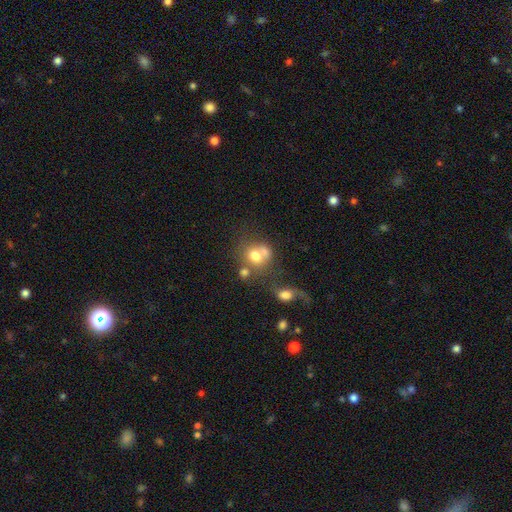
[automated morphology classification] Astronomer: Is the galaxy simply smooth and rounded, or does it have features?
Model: smooth — 67%.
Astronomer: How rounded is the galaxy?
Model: round — 72%.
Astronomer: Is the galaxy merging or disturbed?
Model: merger — 47% (runner-up: none, 32%).